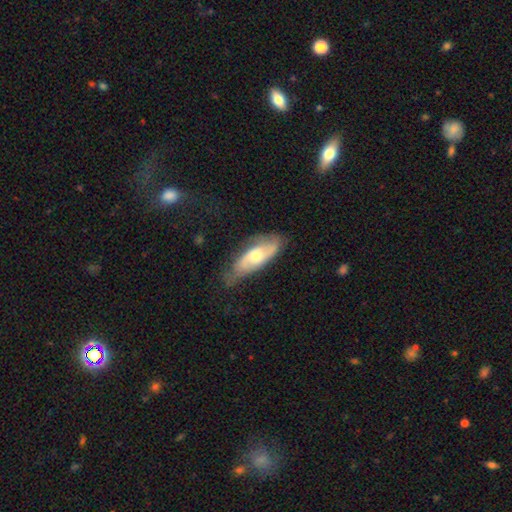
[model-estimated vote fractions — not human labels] A featured or disk galaxy (56%).

Vote fractions:
- Smooth or featured? featured or disk: 56% / smooth: 38% / star or artifact: 6%
- Edge-on disk? no: 80% / yes: 20%
- Merging? none: 64% / minor disturbance: 27% / major disturbance: 8% / merger: 2%